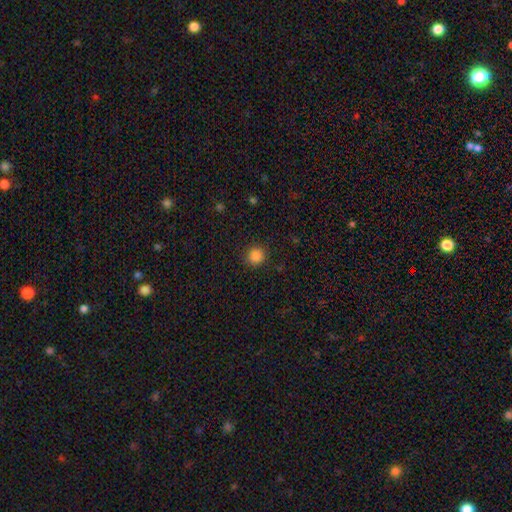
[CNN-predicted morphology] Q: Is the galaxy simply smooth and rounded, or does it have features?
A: smooth — 86%.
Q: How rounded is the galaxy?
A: round — 91%.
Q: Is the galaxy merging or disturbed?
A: none — 90%.